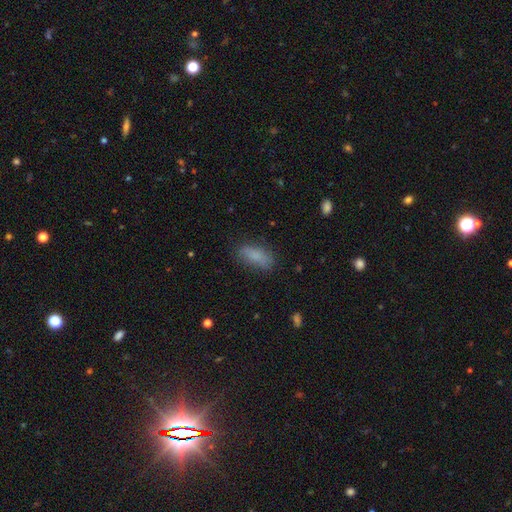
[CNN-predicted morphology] smooth_or_featured: smooth (p=0.83) [alt: featured or disk p=0.09]
how_rounded: in between (p=0.77) [alt: cigar-shaped p=0.20]
merging: none (p=0.77) [alt: minor disturbance p=0.17]